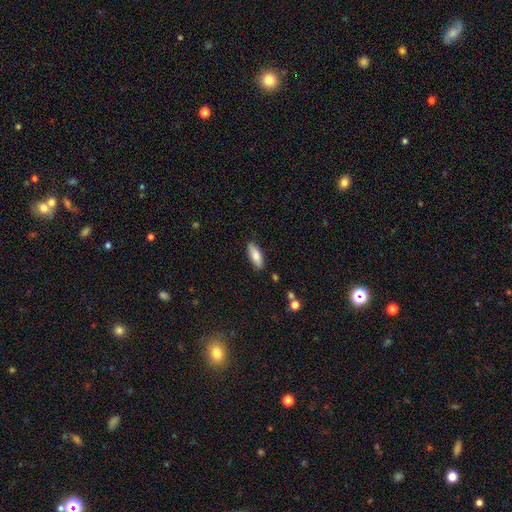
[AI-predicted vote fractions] This appears to be a smooth galaxy with no disk features (81%) that is in between round and cigar-shaped (73%). Merging: none (86%).